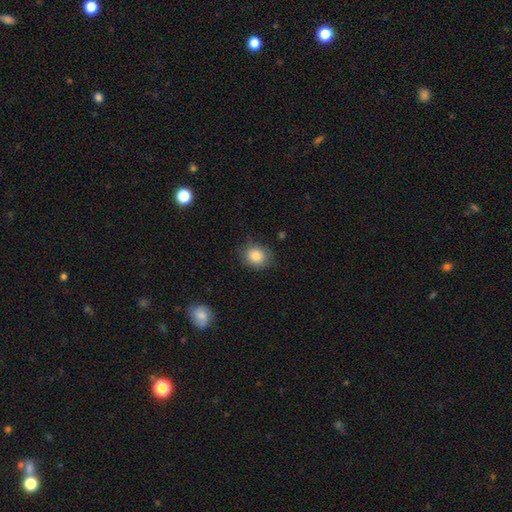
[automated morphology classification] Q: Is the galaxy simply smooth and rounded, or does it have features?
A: smooth — 85%.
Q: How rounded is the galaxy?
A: round — 63%.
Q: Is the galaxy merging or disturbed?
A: none — 80%.